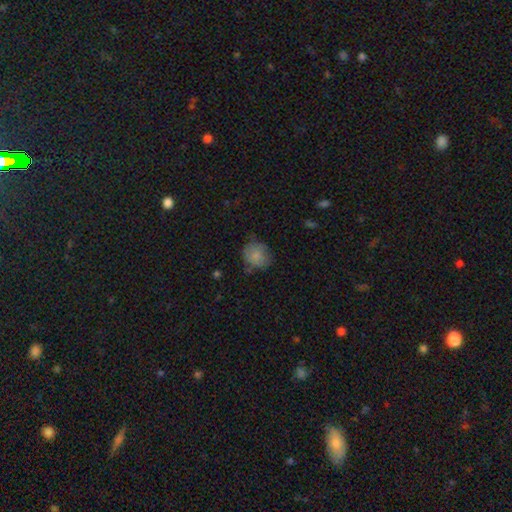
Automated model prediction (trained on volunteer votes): smooth 79%, featured or disk 12%, star or artifact 9%. Down the decision tree: how rounded — round (77%); merging — none (64%).